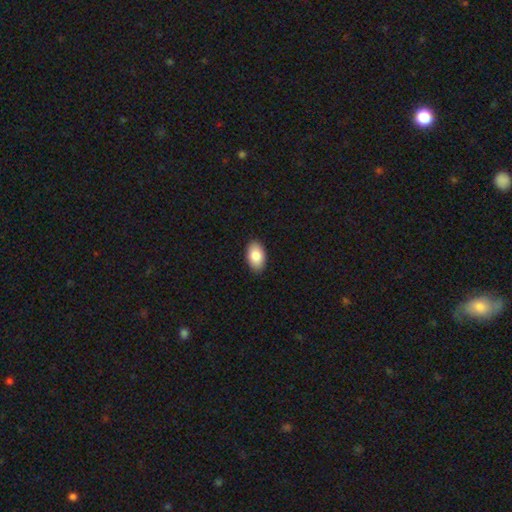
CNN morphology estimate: Smooth or featured?
  - smooth: 86% *
  - featured or disk: 7%
  - star or artifact: 6%
How rounded?
  - in between: 94% *
  - round: 5%
  - cigar-shaped: 1%
Merging?
  - none: 89% *
  - minor disturbance: 8%
  - major disturbance: 2%
  - merger: 1%